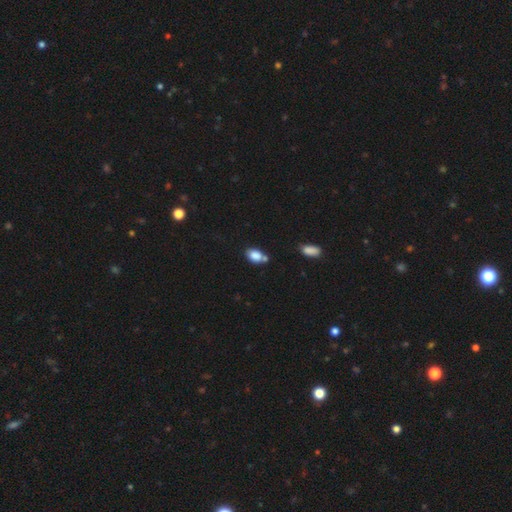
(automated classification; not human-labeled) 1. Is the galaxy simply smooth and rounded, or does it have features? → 84% smooth, 9% star or artifact, 7% featured or disk.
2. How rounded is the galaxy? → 82% in between, 16% round, 2% cigar-shaped.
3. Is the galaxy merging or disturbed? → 51% none, 28% merger, 17% minor disturbance, 5% major disturbance.